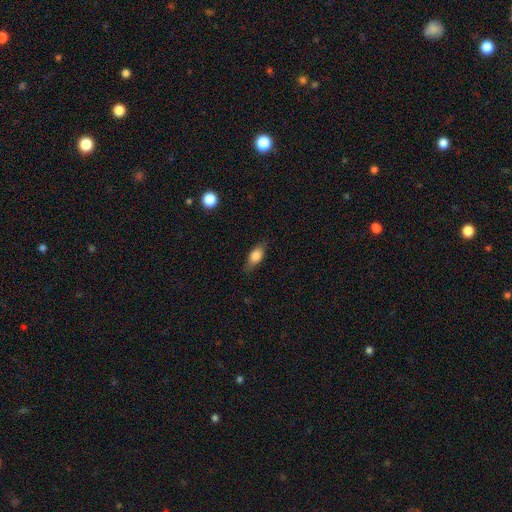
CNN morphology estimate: A smooth galaxy with no disk features (75%) that is in between round and cigar-shaped (79%). Merging: none (77%).